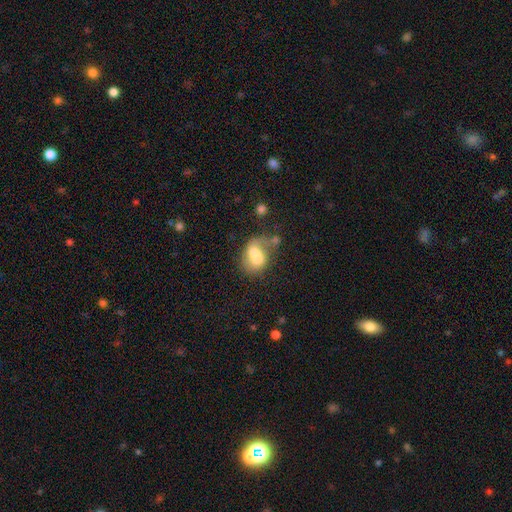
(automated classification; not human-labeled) smooth 59%, featured or disk 32%, star or artifact 9%. Down the decision tree: how rounded — in between (63%); merging — merger (57%).